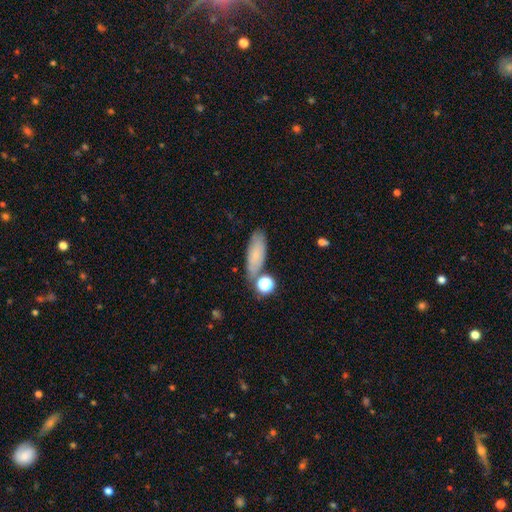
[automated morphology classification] A smooth galaxy with no disk features (73%) that is in between round and cigar-shaped (68%).

Vote fractions:
- Smooth or featured? smooth: 73% / featured or disk: 18% / star or artifact: 9%
- How rounded? in between: 68% / cigar-shaped: 28% / round: 4%
- Merging? none: 68% / minor disturbance: 17% / merger: 11% / major disturbance: 5%